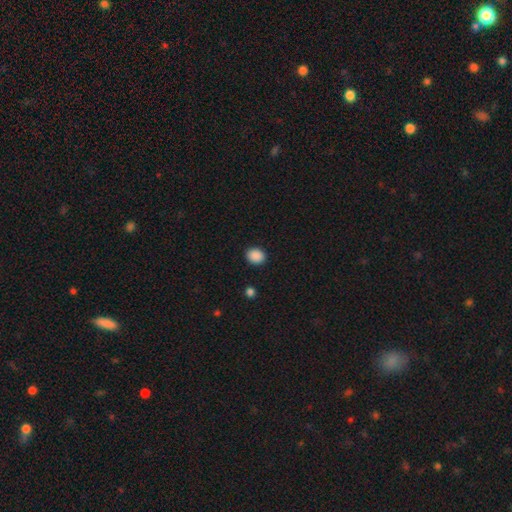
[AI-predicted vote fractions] Q: Smooth or featured?
A: smooth (89%); runner-up: star or artifact (9%)
Q: How rounded?
A: round (58%); runner-up: in between (42%)
Q: Merging?
A: none (90%); runner-up: minor disturbance (7%)